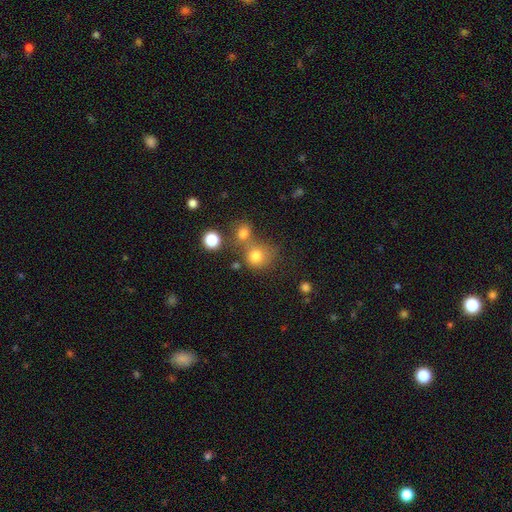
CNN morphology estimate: Q: Smooth or featured?
A: smooth (77%); runner-up: star or artifact (14%)
Q: How rounded?
A: round (81%); runner-up: in between (18%)
Q: Merging?
A: none (46%); runner-up: merger (37%)